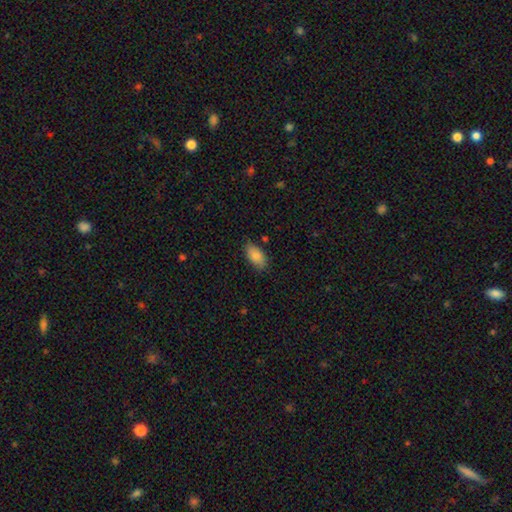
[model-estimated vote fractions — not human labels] smooth_or_featured: smooth (p=0.86) [alt: featured or disk p=0.07]
how_rounded: in between (p=0.93) [alt: cigar-shaped p=0.04]
merging: none (p=0.81) [alt: minor disturbance p=0.15]